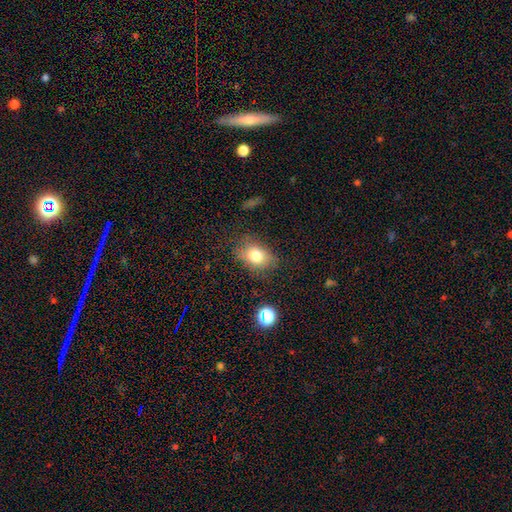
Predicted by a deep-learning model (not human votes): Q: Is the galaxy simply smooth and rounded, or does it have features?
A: smooth — 76%.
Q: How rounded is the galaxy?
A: in between — 71%.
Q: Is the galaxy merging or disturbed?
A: none — 75%.